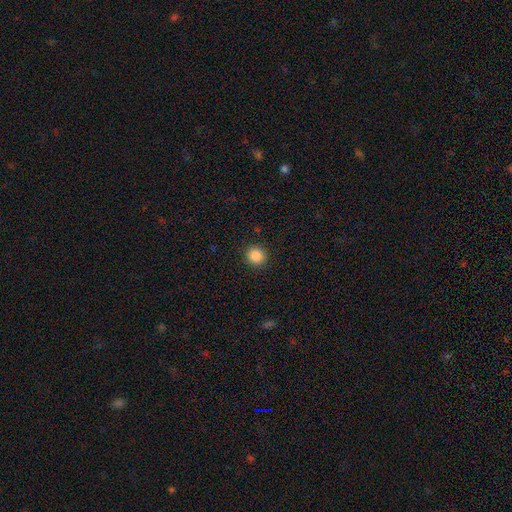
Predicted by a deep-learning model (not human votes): A smooth galaxy with no disk features (87%) that is round (89%).

Vote fractions:
- Smooth or featured? smooth: 87% / star or artifact: 10% / featured or disk: 3%
- How rounded? round: 89% / in between: 10% / cigar-shaped: 1%
- Merging? none: 91% / minor disturbance: 6% / major disturbance: 2% / merger: 1%